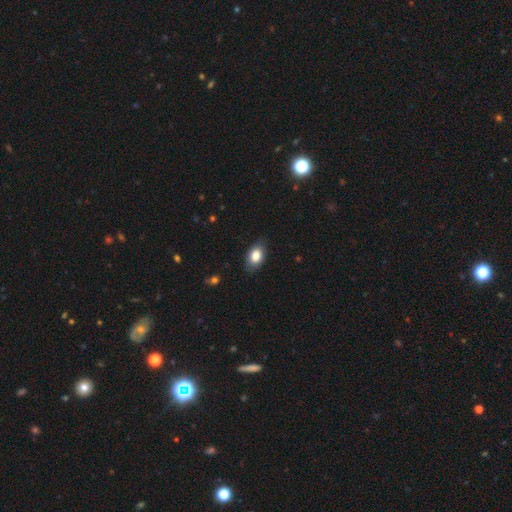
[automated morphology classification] A smooth galaxy with no disk features (83%) that is in between round and cigar-shaped (89%).

Vote fractions:
- Smooth or featured? smooth: 83% / featured or disk: 10% / star or artifact: 7%
- How rounded? in between: 89% / round: 10% / cigar-shaped: 2%
- Merging? none: 82% / minor disturbance: 14% / major disturbance: 3% / merger: 1%